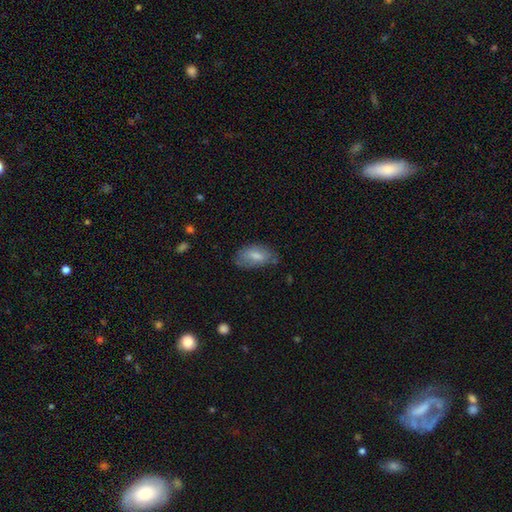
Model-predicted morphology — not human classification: A smooth galaxy with no disk features (76%) that is in between round and cigar-shaped (91%). Merging: none (63%).